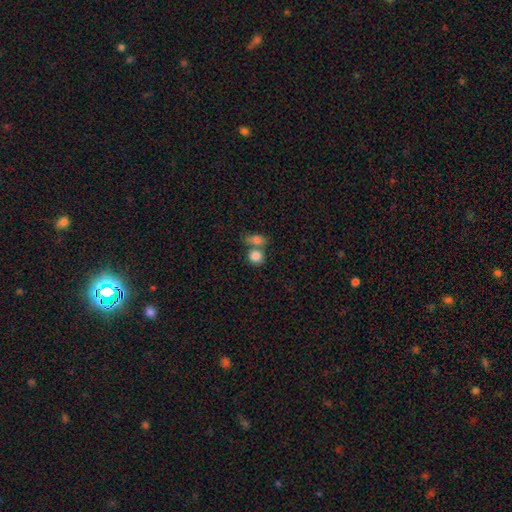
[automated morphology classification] smooth 84%, star or artifact 9%, featured or disk 8%. Down the decision tree: how rounded — round (74%); merging — none (45%).